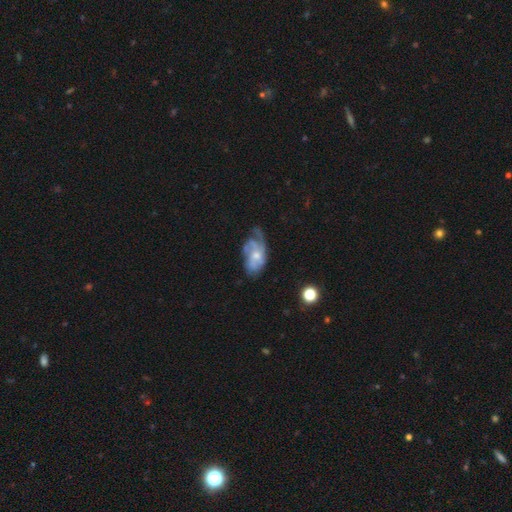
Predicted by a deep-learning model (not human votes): Overall: featured or disk (71%). Edge-on disk: no (96%). Bar: no (73%). Spiral arms: yes (82%). Spiral arm count: can't tell (37%; 3 24%). Spiral winding: medium (41%; tight 34%). Bulge size: small (48%; moderate 43%). Merging: none (40%; minor disturbance 29%).